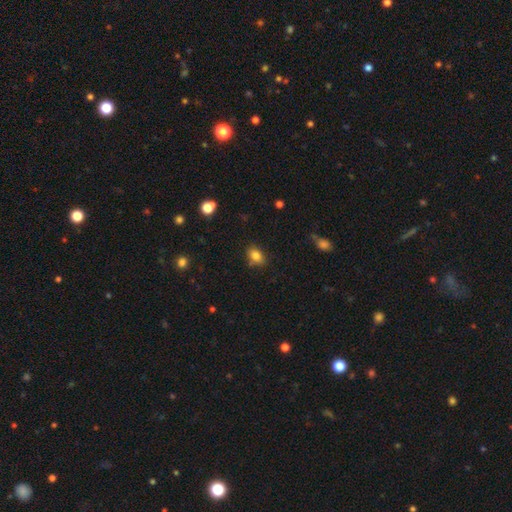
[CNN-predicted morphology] A smooth galaxy with no disk features (82%) that is in between round and cigar-shaped (79%). Merging: none (79%).